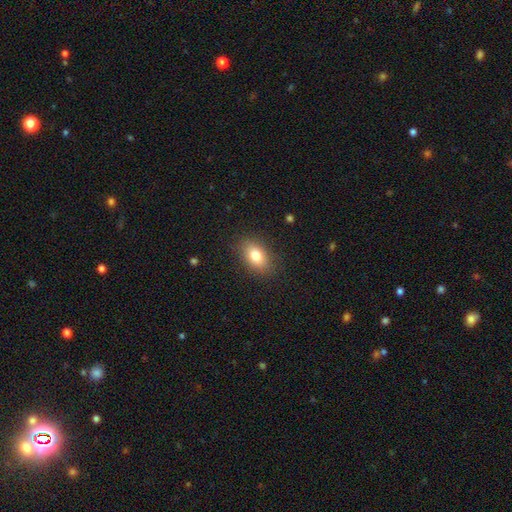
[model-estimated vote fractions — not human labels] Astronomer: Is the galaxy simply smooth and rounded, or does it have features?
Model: smooth — 81%.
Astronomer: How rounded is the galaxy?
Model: in between — 85%.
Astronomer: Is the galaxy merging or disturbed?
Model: none — 86%.